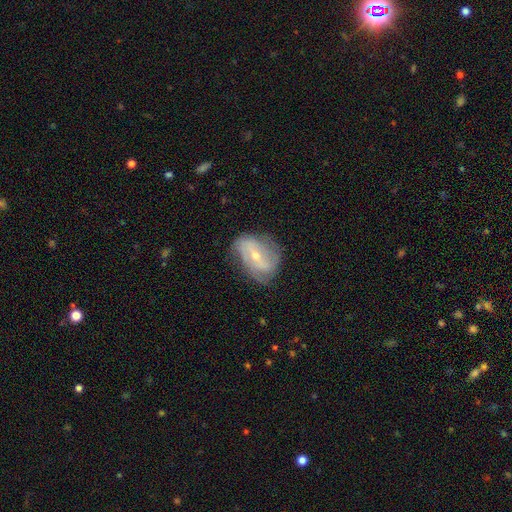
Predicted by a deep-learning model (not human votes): smooth_or_featured: featured or disk (p=0.75) [alt: smooth p=0.18]
disk_edge_on: no (p=0.96) [alt: yes p=0.04]
bar: weak (p=0.41) [alt: no p=0.35]
has_spiral_arms: yes (p=0.85) [alt: no p=0.15]
spiral_winding: medium (p=0.40) [alt: tight p=0.35]
spiral_arm_count: 2 (p=0.48) [alt: can't tell p=0.26]
bulge_size: small (p=0.55) [alt: moderate p=0.42]
merging: none (p=0.64) [alt: minor disturbance p=0.25]